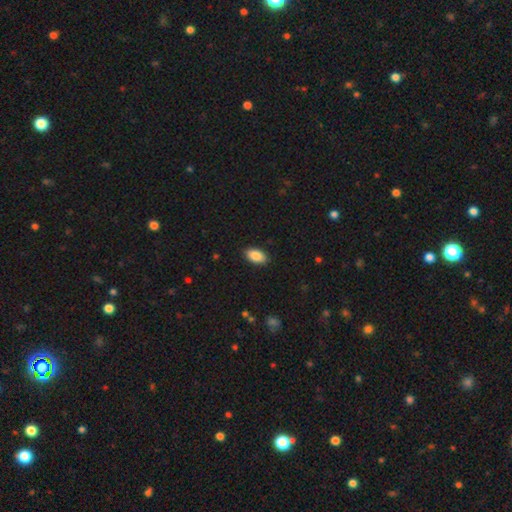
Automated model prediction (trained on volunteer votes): Smooth or featured? smooth (88%)
How rounded? in between (94%)
Merging? none (88%)